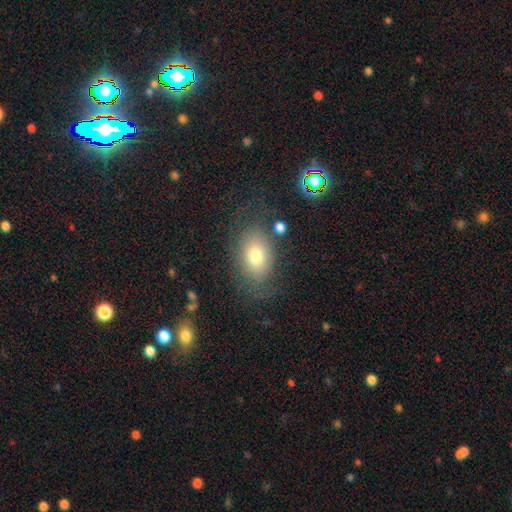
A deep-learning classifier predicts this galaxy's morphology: smooth 72%, featured or disk 18%, star or artifact 10%. Down the decision tree: how rounded — in between (81%); merging — none (70%).